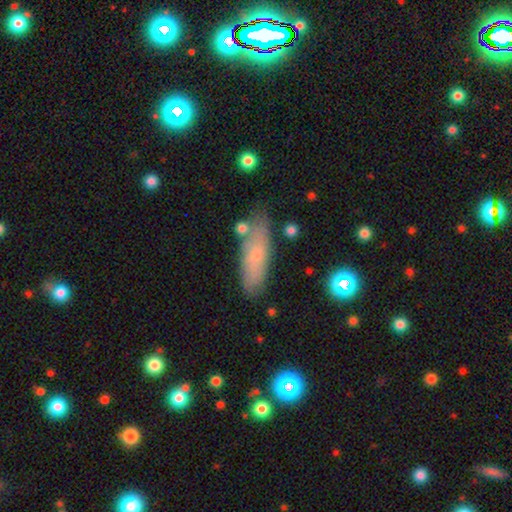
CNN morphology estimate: Smooth or featured? Predicted: smooth (p=0.65). How rounded? Predicted: in between (p=0.54). Merging? Predicted: none (p=0.74).